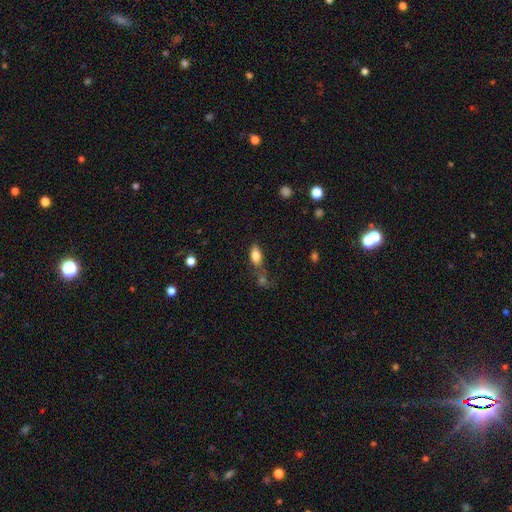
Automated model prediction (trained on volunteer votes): smooth_or_featured: smooth (p=0.80) [alt: featured or disk p=0.11]
how_rounded: in between (p=0.88) [alt: cigar-shaped p=0.07]
merging: none (p=0.58) [alt: minor disturbance p=0.18]